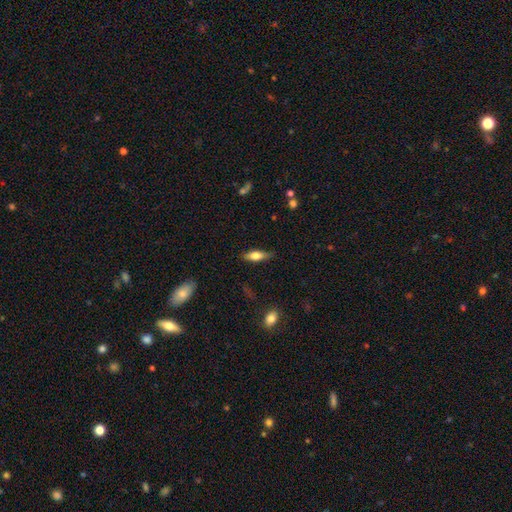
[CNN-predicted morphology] Smooth or featured? Predicted: smooth (p=0.64). How rounded? Predicted: in between (p=0.57). Merging? Predicted: none (p=0.78).